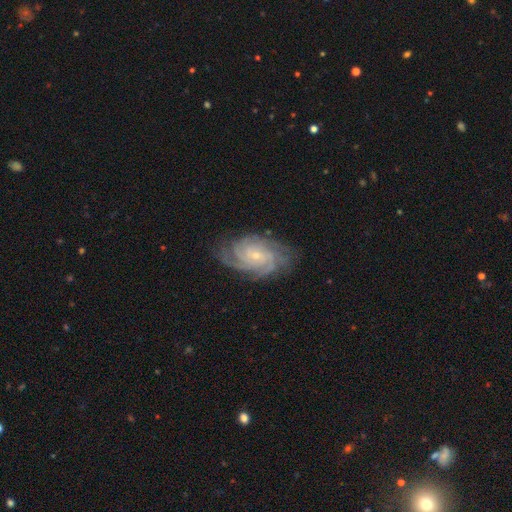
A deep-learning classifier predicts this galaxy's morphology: Smooth or featured? featured or disk (89%)
Edge-on disk? no (97%)
Bar? no (62%)
Spiral arms? yes (98%)
Spiral winding? tight (71%)
Spiral arm count? 4 (35%)
Bulge size? small (77%)
Merging? none (79%)